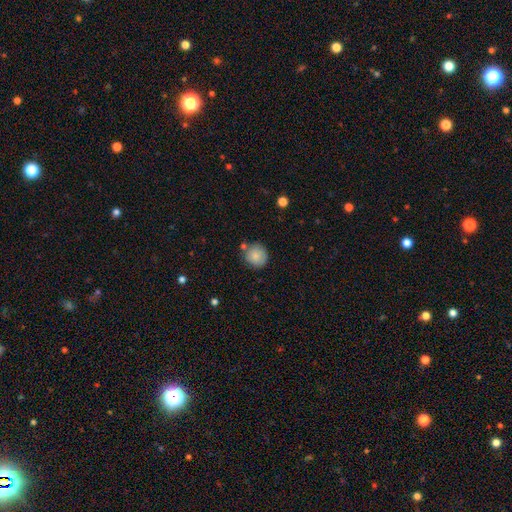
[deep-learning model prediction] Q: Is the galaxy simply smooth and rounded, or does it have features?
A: smooth — 86%.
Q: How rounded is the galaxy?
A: round — 91%.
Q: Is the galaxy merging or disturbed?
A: none — 77%.